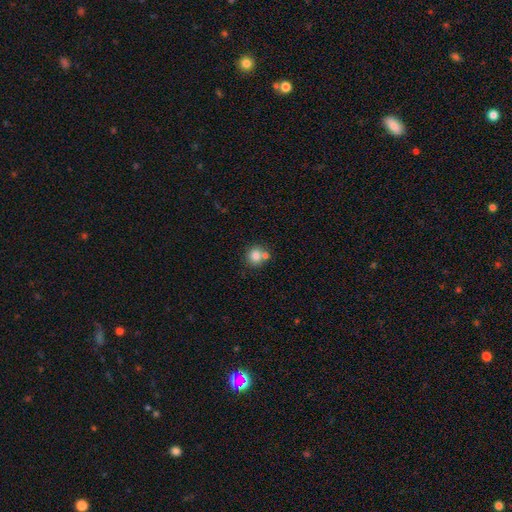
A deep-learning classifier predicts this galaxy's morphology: This is likely a smooth galaxy (79%). How rounded: clearly round (89%). Merging: possibly none (57%).